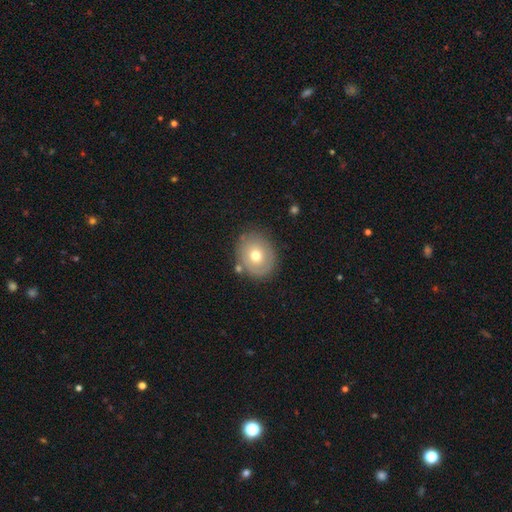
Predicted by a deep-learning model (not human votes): Overall: smooth (62%; featured or disk 29%). How rounded: round (62%; in between 37%). Merging: none (77%).